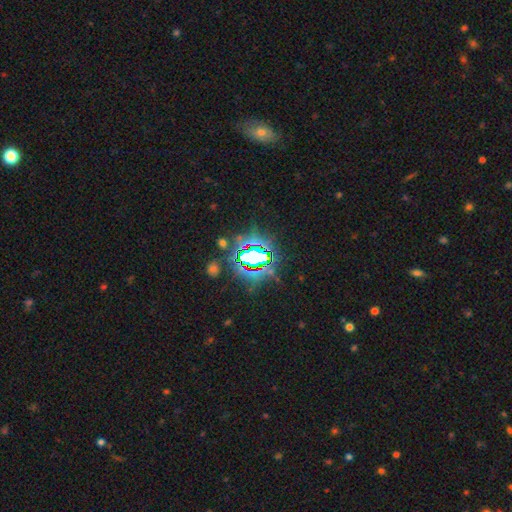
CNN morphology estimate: Q: Smooth or featured?
A: star or artifact (76%); runner-up: smooth (14%)